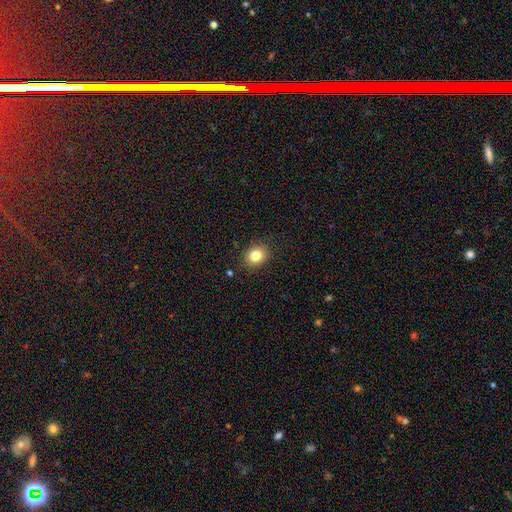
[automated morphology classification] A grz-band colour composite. It shows a smooth galaxy with no disk features (82%) that is round (57%). Merging: none (88%).